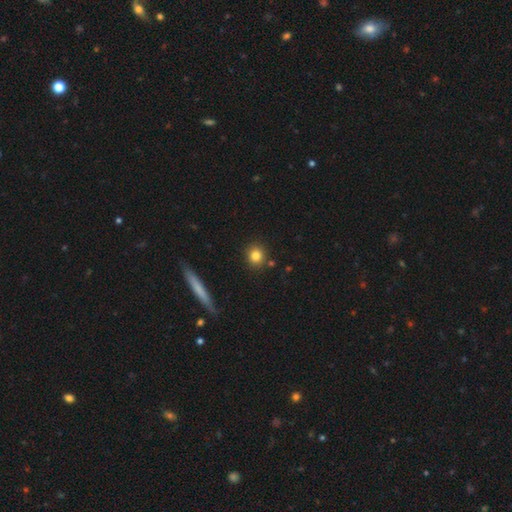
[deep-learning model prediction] smooth_or_featured: smooth (p=0.82) [alt: star or artifact p=0.10]
how_rounded: round (p=0.88) [alt: in between p=0.10]
merging: none (p=0.85) [alt: minor disturbance p=0.07]